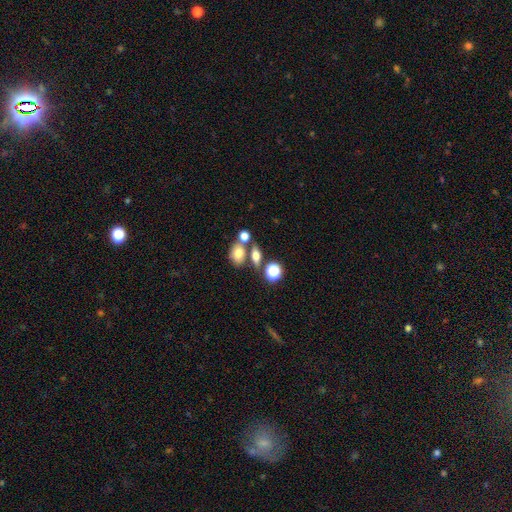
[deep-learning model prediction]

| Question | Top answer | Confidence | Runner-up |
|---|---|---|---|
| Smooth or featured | smooth | 70% | featured or disk (15%) |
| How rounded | in between | 71% | round (24%) |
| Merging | none | 53% | merger (32%) |